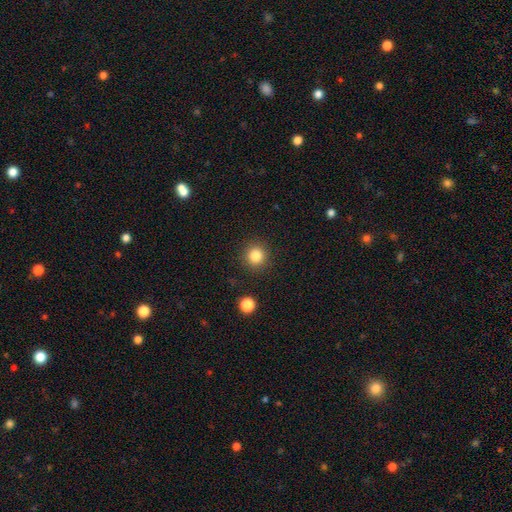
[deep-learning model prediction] Morphology: type=smooth (84%); roundness=round (93%); merging=none (90%).